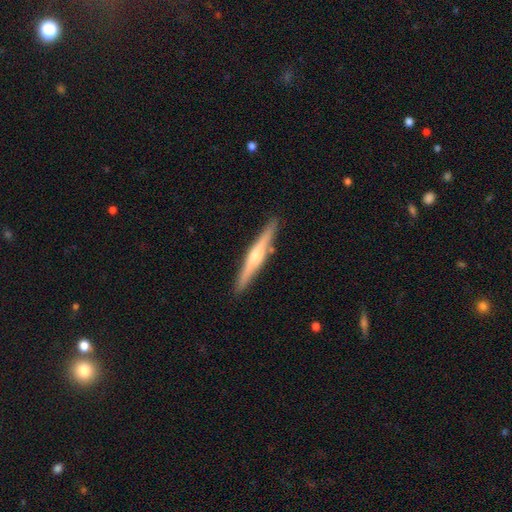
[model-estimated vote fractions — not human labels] The model was most divided on "smooth or featured": featured or disk: 65%, smooth: 30%, star or artifact: 5%. More confident: edge-on disk — yes (97%); merging — none (89%); edge-on bulge — rounded (79%).